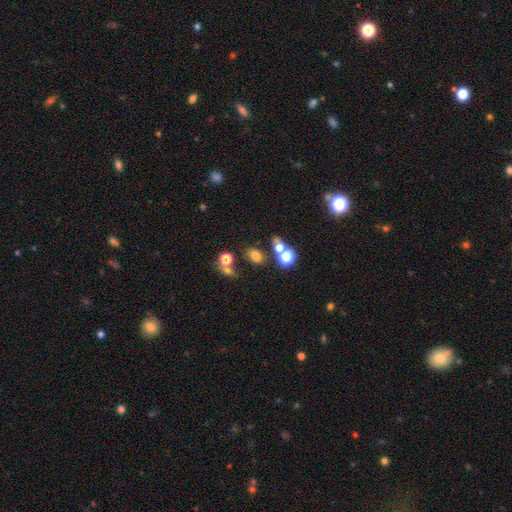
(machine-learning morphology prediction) Smooth or featured?
  - smooth: 70% *
  - star or artifact: 19%
  - featured or disk: 11%
How rounded?
  - in between: 71% *
  - round: 28%
  - cigar-shaped: 2%
Merging?
  - none: 66% *
  - merger: 16%
  - minor disturbance: 12%
  - major disturbance: 5%